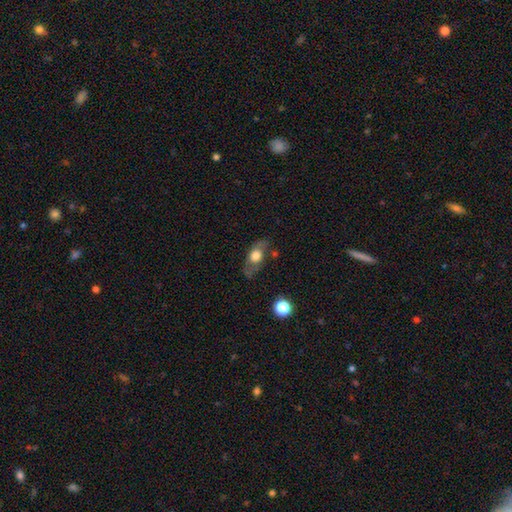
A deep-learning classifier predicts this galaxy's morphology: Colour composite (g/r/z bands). It shows a smooth galaxy with no disk features (54%) that is in between round and cigar-shaped (73%). Merging: none (70%).